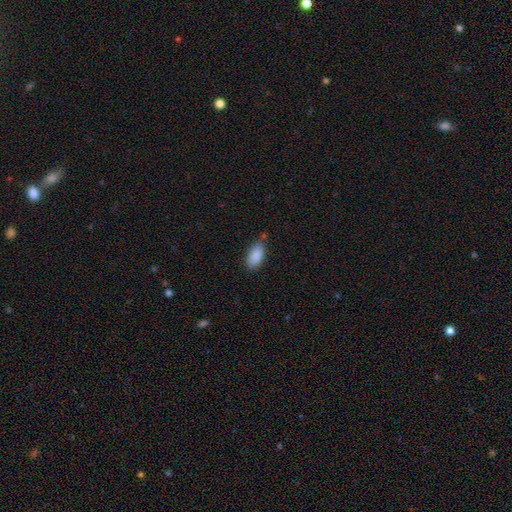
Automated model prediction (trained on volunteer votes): A smooth galaxy with no disk features (89%) that is in between round and cigar-shaped (90%).

Vote fractions:
- Smooth or featured? smooth: 89% / star or artifact: 7% / featured or disk: 4%
- How rounded? in between: 90% / cigar-shaped: 8% / round: 2%
- Merging? none: 73% / minor disturbance: 19% / merger: 5% / major disturbance: 3%